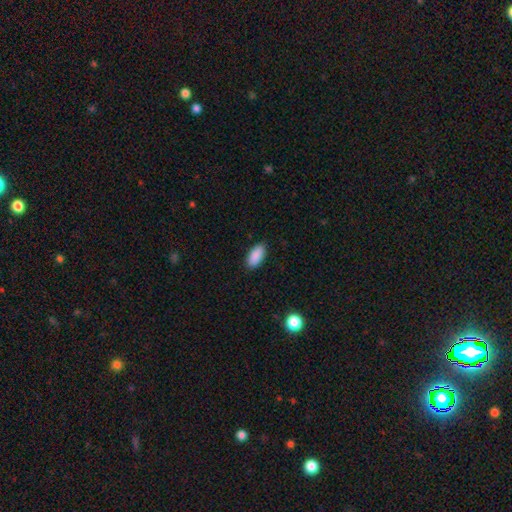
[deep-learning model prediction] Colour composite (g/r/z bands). It shows a smooth galaxy with no disk features (90%) that is in between round and cigar-shaped (91%). Merging: none (88%).